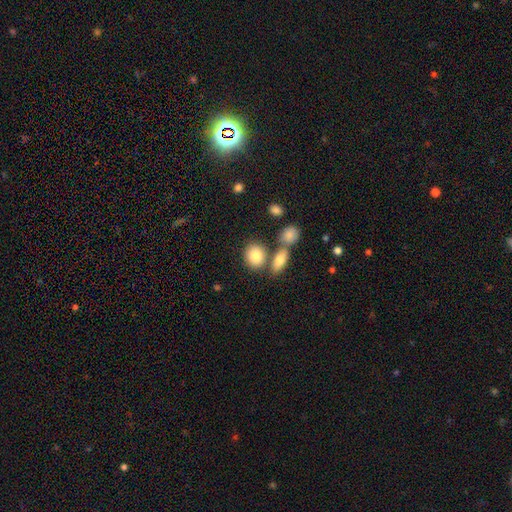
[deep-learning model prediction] A smooth galaxy with no disk features (83%) that is round (54%). Merging: none (62%).